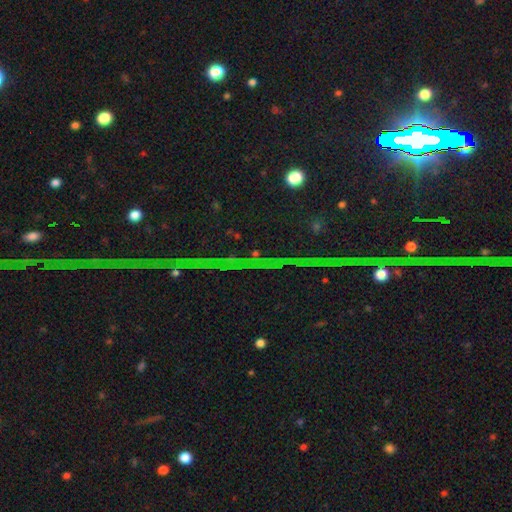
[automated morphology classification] Smooth or featured? Predicted: star or artifact (p=0.77).